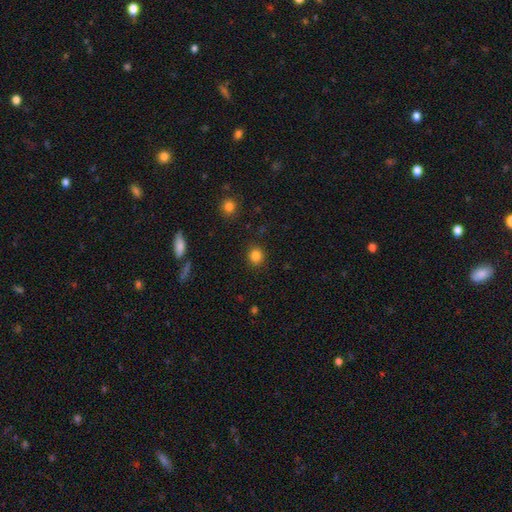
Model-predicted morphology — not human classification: Overall: smooth (84%). How rounded: round (82%). Merging: none (90%).